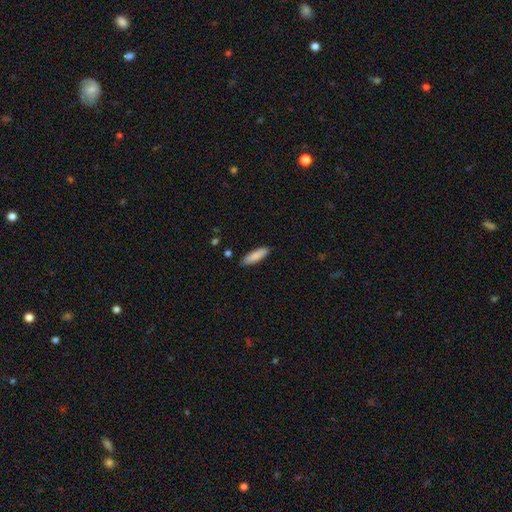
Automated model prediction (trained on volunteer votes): smooth-or-featured: smooth: 86% | featured or disk: 8% | star or artifact: 6%
  how-rounded: cigar-shaped: 61% | in between: 38% | round: 1%
  merging: none: 86% | minor disturbance: 10% | major disturbance: 2% | merger: 1%